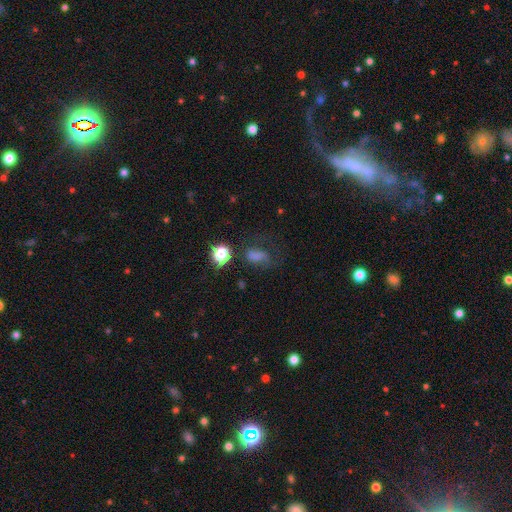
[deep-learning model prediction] Smooth or featured: smooth — 56% (star or artifact — 26%)
How rounded: in between — 68% (round — 28%)
Merging: none — 42% (major disturbance — 30%)